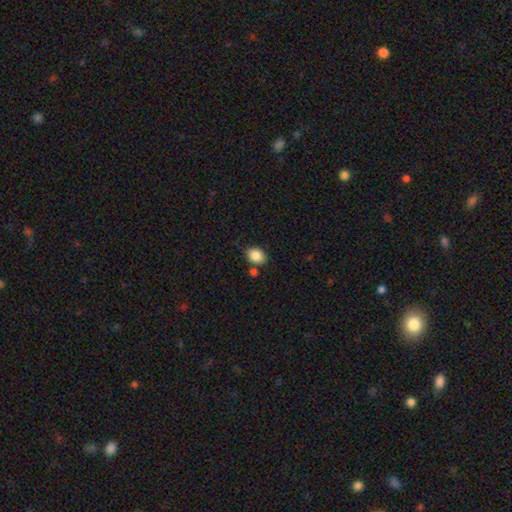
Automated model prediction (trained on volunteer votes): A smooth galaxy with no disk features (87%) that is in between round and cigar-shaped (61%). Merging: none (73%).